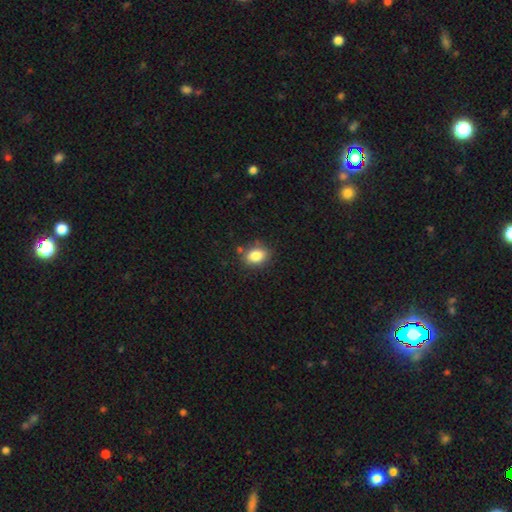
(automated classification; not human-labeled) Q: Smooth or featured?
A: smooth (84%); runner-up: star or artifact (9%)
Q: How rounded?
A: in between (71%); runner-up: round (28%)
Q: Merging?
A: none (80%); runner-up: minor disturbance (13%)